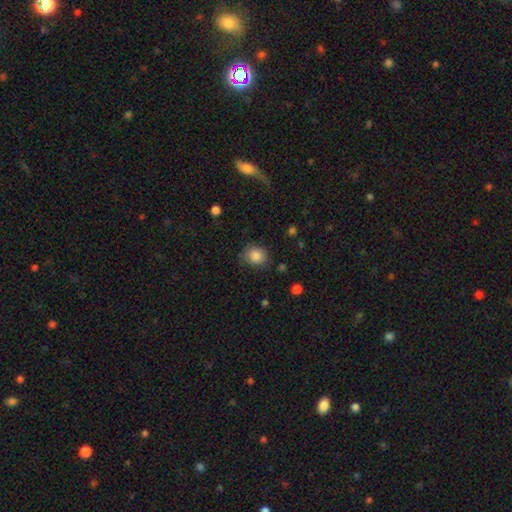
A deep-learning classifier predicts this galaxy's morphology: This is clearly a smooth galaxy (84%). How rounded: likely round (67%). Merging: likely none (74%).